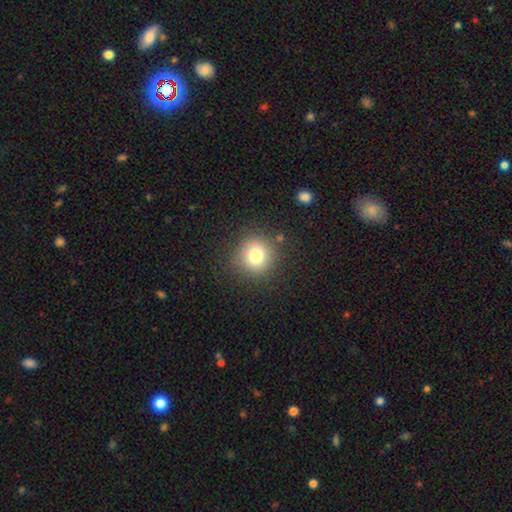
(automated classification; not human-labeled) This appears to be a smooth galaxy with no disk features (76%) that is round (92%). Merging: none (84%).